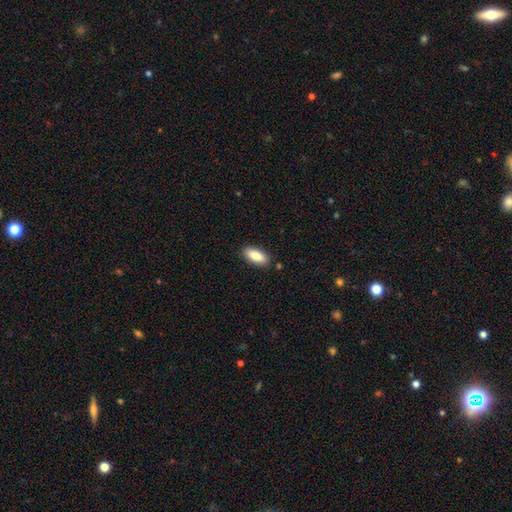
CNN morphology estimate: Smooth or featured: smooth — 86% (featured or disk — 8%)
How rounded: in between — 83% (cigar-shaped — 15%)
Merging: none — 88% (minor disturbance — 9%)